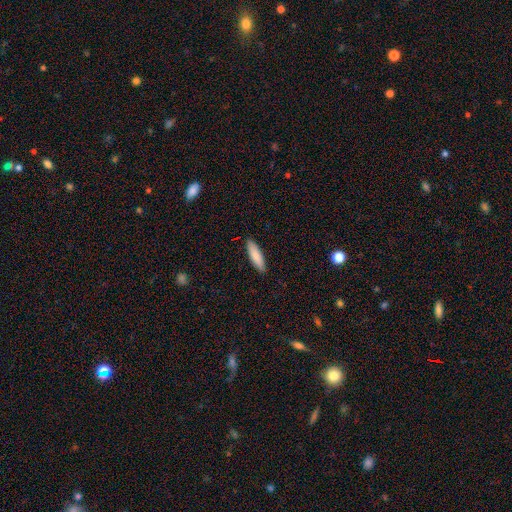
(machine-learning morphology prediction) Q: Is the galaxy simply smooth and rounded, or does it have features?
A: smooth — 85%.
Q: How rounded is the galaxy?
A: cigar-shaped — 63%.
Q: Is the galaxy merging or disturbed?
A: none — 90%.